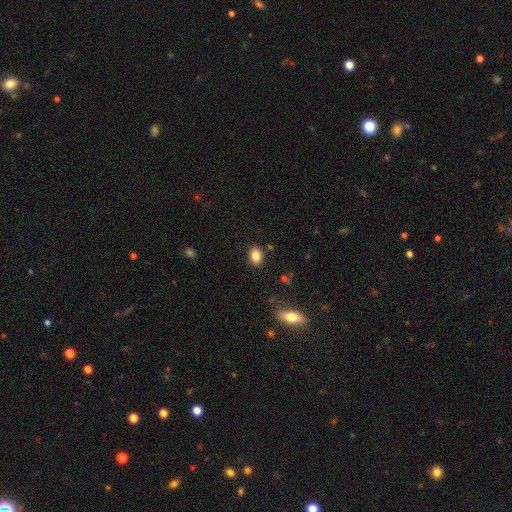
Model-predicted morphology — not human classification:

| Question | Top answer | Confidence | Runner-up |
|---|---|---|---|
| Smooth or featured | smooth | 85% | star or artifact (9%) |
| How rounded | in between | 66% | round (33%) |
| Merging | none | 86% | minor disturbance (9%) |